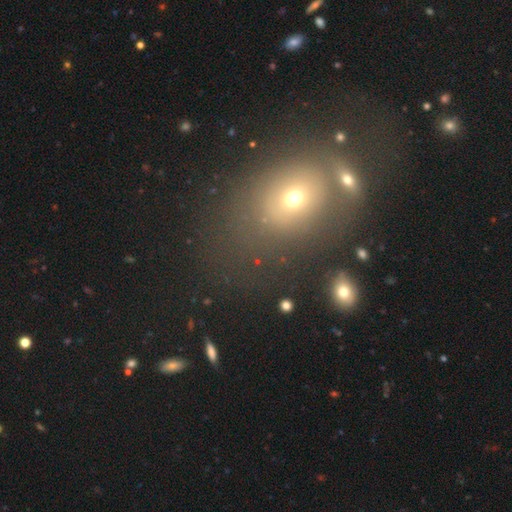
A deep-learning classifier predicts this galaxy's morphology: A smooth galaxy with no disk features (55%) that is in between round and cigar-shaped (57%). Merging: none (65%).